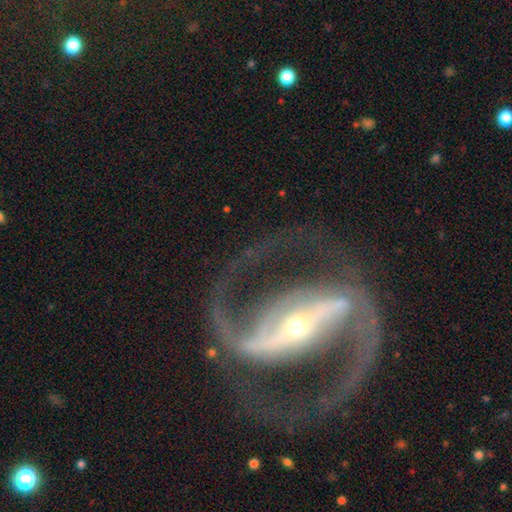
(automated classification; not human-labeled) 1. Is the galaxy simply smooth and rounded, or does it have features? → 93% featured or disk, 5% star or artifact, 2% smooth.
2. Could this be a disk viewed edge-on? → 97% no, 3% yes.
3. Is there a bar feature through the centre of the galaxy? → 79% strong, 15% weak, 6% no.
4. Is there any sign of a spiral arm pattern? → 98% yes, 2% no.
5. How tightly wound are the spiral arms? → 63% medium, 22% loose, 15% tight.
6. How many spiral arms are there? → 94% 2, 1% can't tell, 1% 3, 1% 1, 1% 4, 1% more than 4.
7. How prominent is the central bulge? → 69% small, 27% moderate, 2% large, 1% dominant, 1% none.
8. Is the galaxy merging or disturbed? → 78% none, 11% minor disturbance, 9% major disturbance, 2% merger.